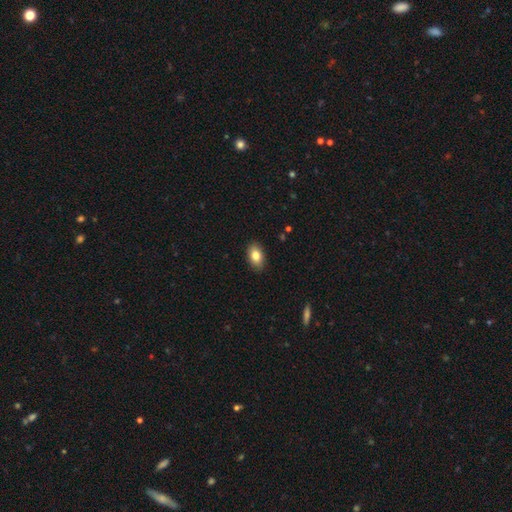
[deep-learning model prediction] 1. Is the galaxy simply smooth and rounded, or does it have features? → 82% smooth, 11% featured or disk, 8% star or artifact.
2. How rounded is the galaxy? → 90% in between, 9% round, 2% cigar-shaped.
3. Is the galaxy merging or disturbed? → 88% none, 9% minor disturbance, 2% major disturbance, 1% merger.